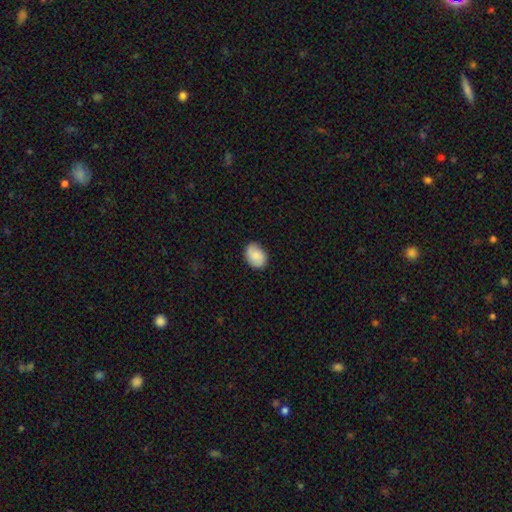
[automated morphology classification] smooth-or-featured: smooth: 83% | featured or disk: 10% | star or artifact: 7%
  how-rounded: in between: 74% | round: 25% | cigar-shaped: 1%
  merging: none: 81% | minor disturbance: 15% | major disturbance: 3% | merger: 1%